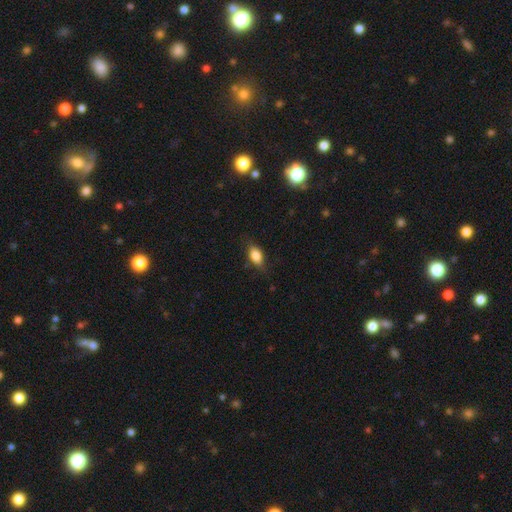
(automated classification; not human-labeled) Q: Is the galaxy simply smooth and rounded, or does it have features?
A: smooth — 83%.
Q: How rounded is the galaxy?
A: in between — 85%.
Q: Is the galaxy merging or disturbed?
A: none — 75%.